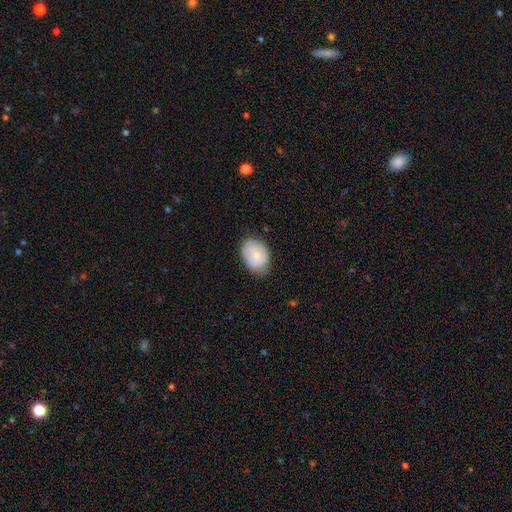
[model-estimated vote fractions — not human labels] A smooth galaxy with no disk features (73%) that is in between round and cigar-shaped (72%). Merging: none (71%).